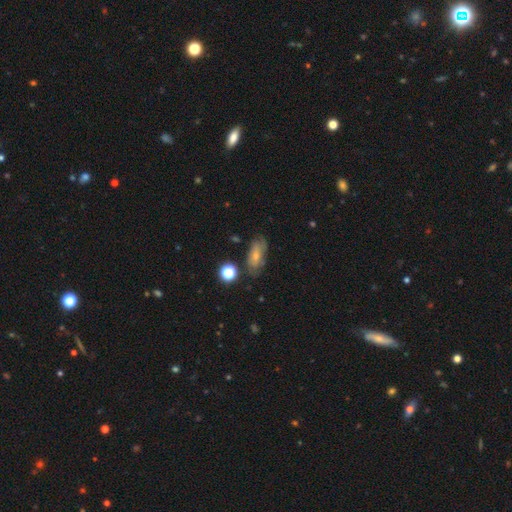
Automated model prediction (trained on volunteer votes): smooth 59%, featured or disk 31%, star or artifact 11%. Down the decision tree: how rounded — in between (84%); merging — none (62%).